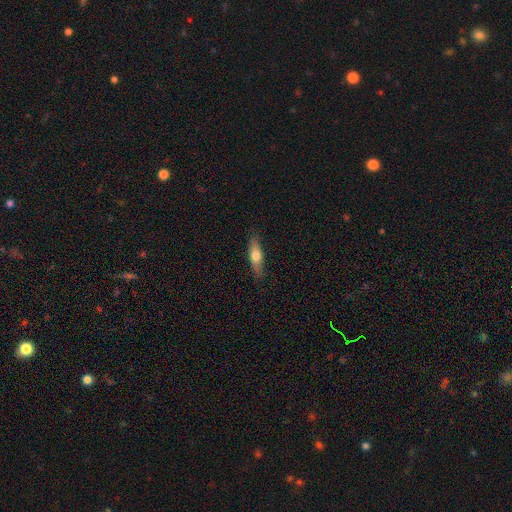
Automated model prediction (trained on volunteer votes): smooth_or_featured: smooth (p=0.61) [alt: featured or disk p=0.33]
how_rounded: cigar-shaped (p=0.53) [alt: in between p=0.43]
merging: none (p=0.84) [alt: minor disturbance p=0.12]